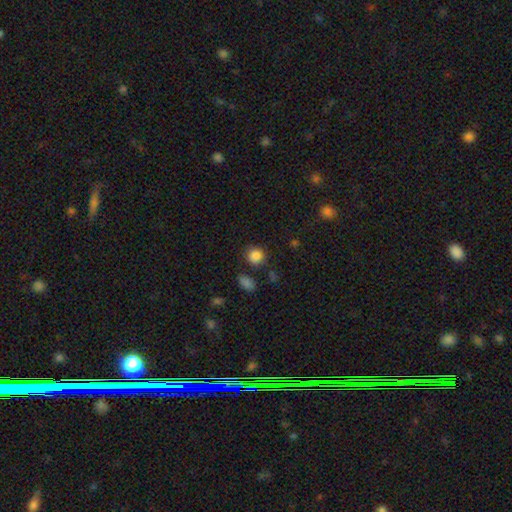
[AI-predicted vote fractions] Smooth or featured? Predicted: smooth (p=0.86). How rounded? Predicted: round (p=0.86). Merging? Predicted: none (p=0.80).